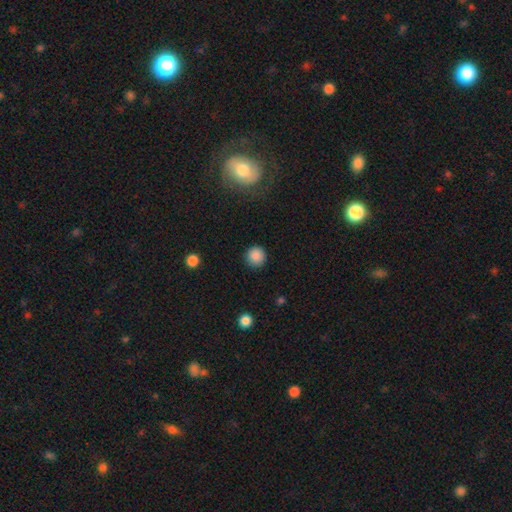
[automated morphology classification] Smooth or featured? Predicted: smooth (p=0.87). How rounded? Predicted: round (p=0.94). Merging? Predicted: none (p=0.90).